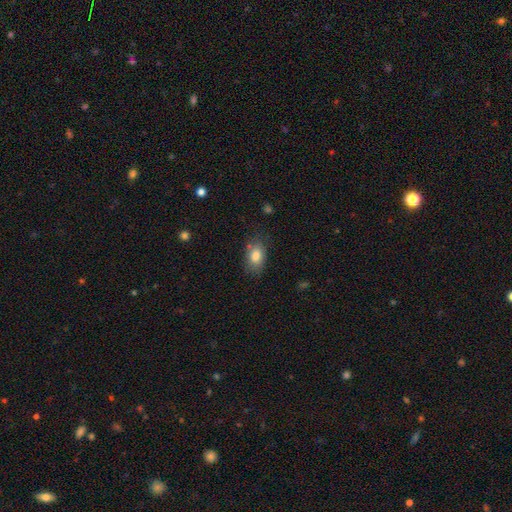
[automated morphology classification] smooth 81%, featured or disk 11%, star or artifact 8%. Down the decision tree: how rounded — in between (87%); merging — none (73%).